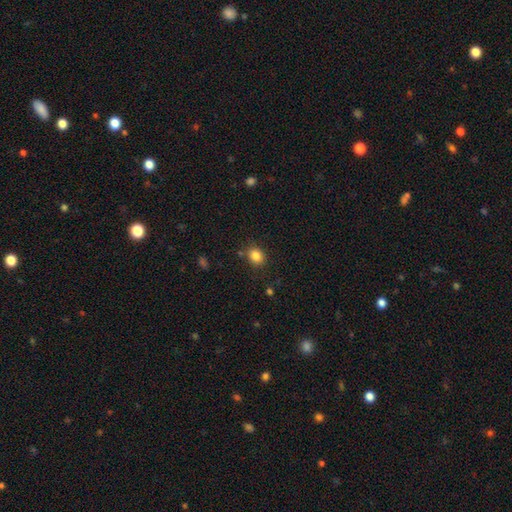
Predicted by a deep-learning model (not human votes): This is clearly a smooth galaxy (84%). How rounded: possibly round (59%). Merging: clearly none (82%).